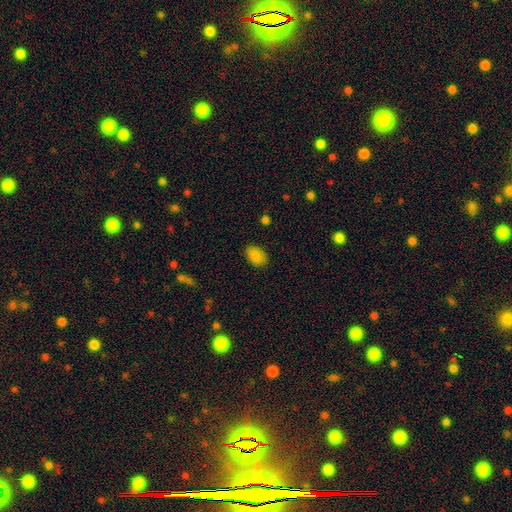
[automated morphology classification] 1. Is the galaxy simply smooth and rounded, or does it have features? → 87% smooth, 9% star or artifact, 4% featured or disk.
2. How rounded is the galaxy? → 87% in between, 12% round, 1% cigar-shaped.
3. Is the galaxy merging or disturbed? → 86% none, 11% minor disturbance, 3% major disturbance, 1% merger.